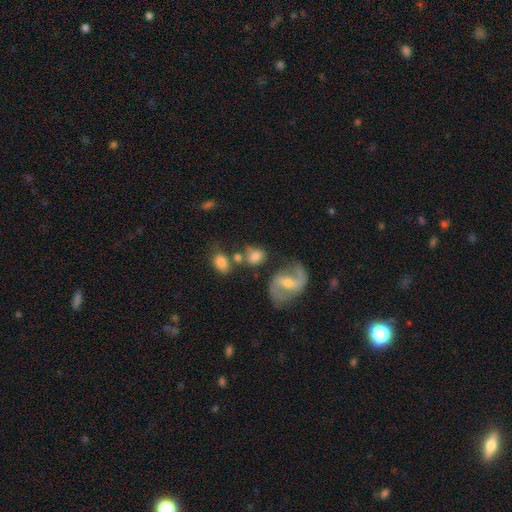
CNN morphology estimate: A smooth galaxy with no disk features (56%) that is in between round and cigar-shaped (57%). Merging: none (55%).